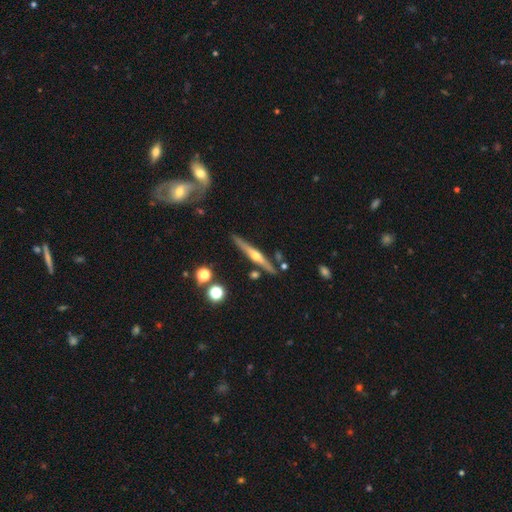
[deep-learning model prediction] featured or disk 74%, smooth 20%, star or artifact 6%. Down the decision tree: edge-on disk — yes (97%); edge-on bulge — rounded (90%); merging — none (84%).